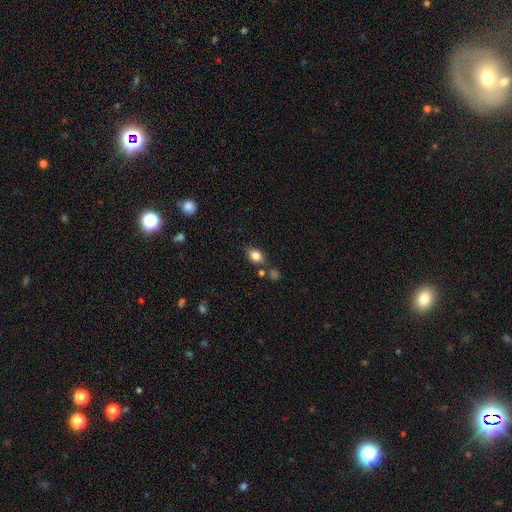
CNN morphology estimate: A smooth galaxy with no disk features (81%) that is in between round and cigar-shaped (74%).

Vote fractions:
- Smooth or featured? smooth: 81% / featured or disk: 10% / star or artifact: 10%
- How rounded? in between: 74% / round: 23% / cigar-shaped: 2%
- Merging? none: 72% / minor disturbance: 15% / merger: 9% / major disturbance: 4%